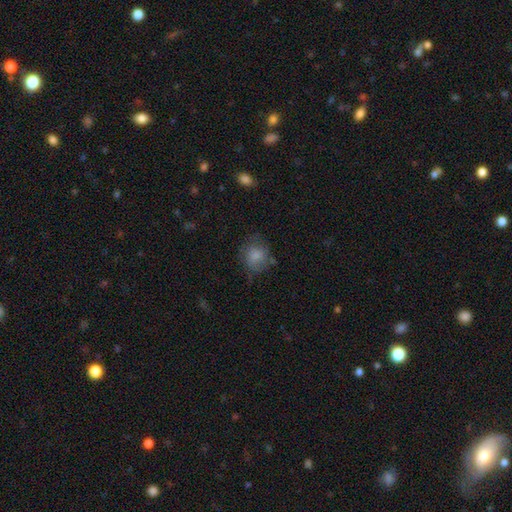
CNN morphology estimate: This appears to be a smooth galaxy with no disk features (77%) that is round (71%). Merging: none (62%).